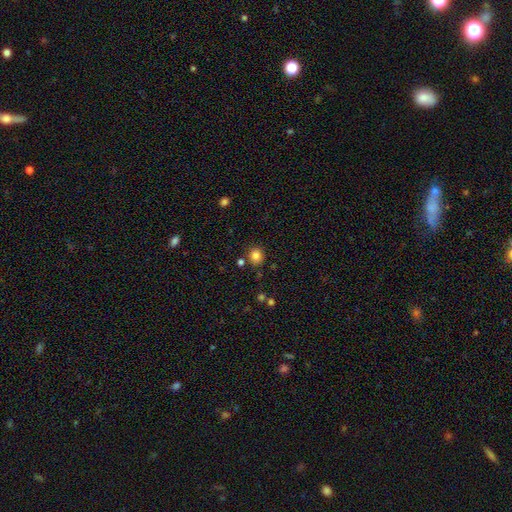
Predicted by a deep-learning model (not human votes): Q: Smooth or featured?
A: smooth (83%); runner-up: star or artifact (12%)
Q: How rounded?
A: round (88%); runner-up: in between (11%)
Q: Merging?
A: none (86%); runner-up: minor disturbance (8%)